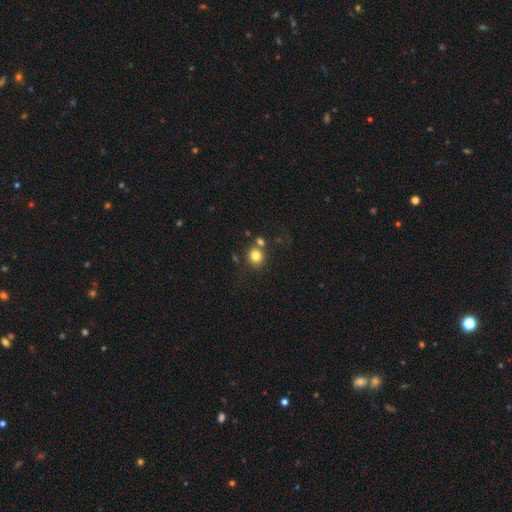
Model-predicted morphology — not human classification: Smooth or featured: smooth — 80% (star or artifact — 12%)
How rounded: round — 82% (in between — 18%)
Merging: none — 65% (merger — 20%)